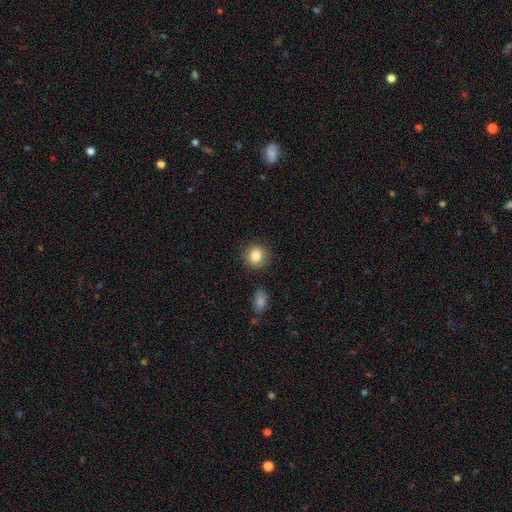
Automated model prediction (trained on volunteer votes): Smooth or featured?
  - smooth: 85% *
  - star or artifact: 9%
  - featured or disk: 6%
How rounded?
  - round: 87% *
  - in between: 12%
  - cigar-shaped: 1%
Merging?
  - none: 88% *
  - minor disturbance: 7%
  - major disturbance: 2%
  - merger: 2%